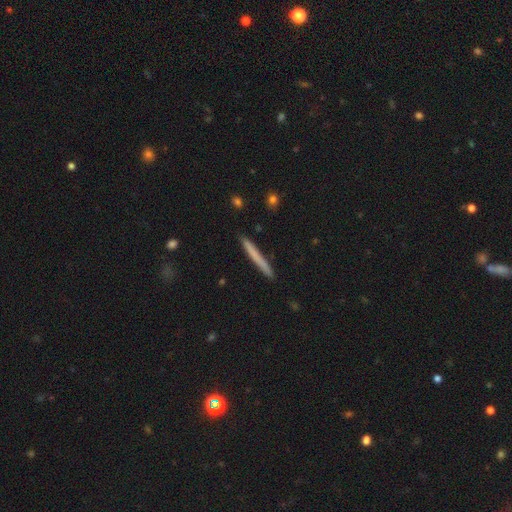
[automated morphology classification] A smooth galaxy with no disk features (66%) that is cigar-shaped (97%).

Vote fractions:
- Smooth or featured? smooth: 66% / featured or disk: 29% / star or artifact: 5%
- How rounded? cigar-shaped: 97% / in between: 2% / round: 1%
- Merging? none: 91% / minor disturbance: 6% / merger: 1% / major disturbance: 1%